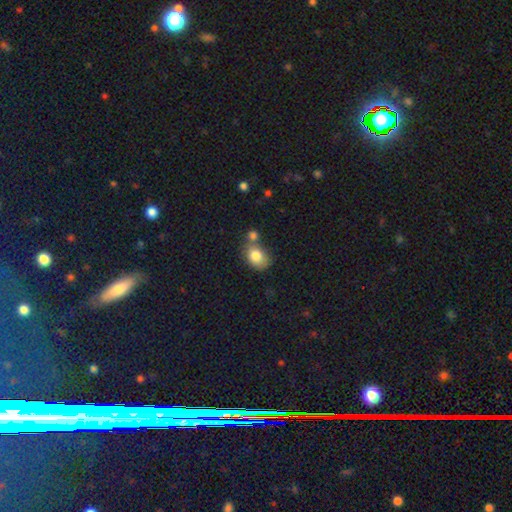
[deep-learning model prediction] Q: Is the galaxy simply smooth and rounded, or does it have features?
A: smooth — 81%.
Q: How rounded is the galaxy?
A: in between — 64%.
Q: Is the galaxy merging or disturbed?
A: none — 43%.